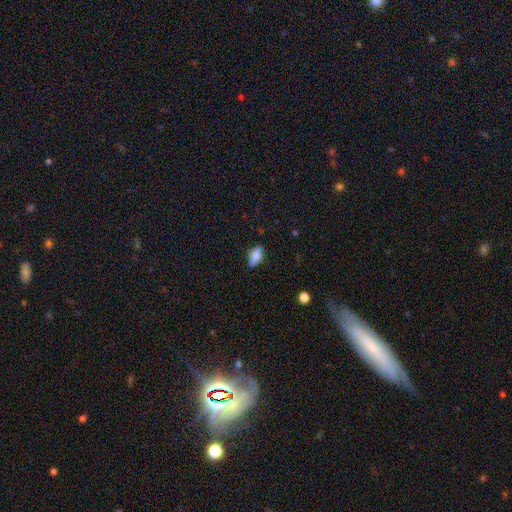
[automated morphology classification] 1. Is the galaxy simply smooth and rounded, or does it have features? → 81% smooth, 11% featured or disk, 7% star or artifact.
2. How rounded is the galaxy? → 85% in between, 12% cigar-shaped, 4% round.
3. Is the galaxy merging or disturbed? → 81% none, 15% minor disturbance, 3% major disturbance, 1% merger.